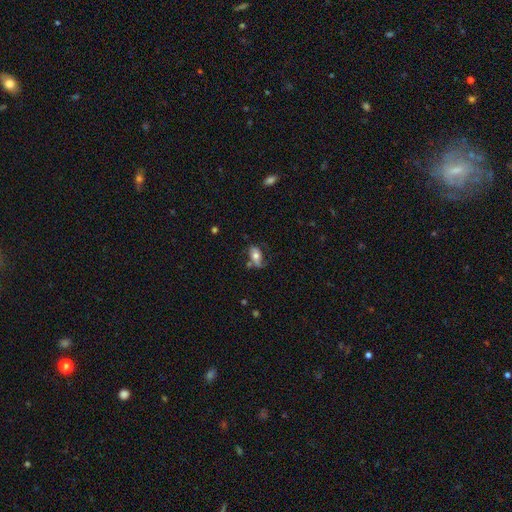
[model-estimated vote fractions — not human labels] The model was most divided on "smooth or featured": smooth: 47%, featured or disk: 45%, star or artifact: 8%. Remaining: merging — none (47%).